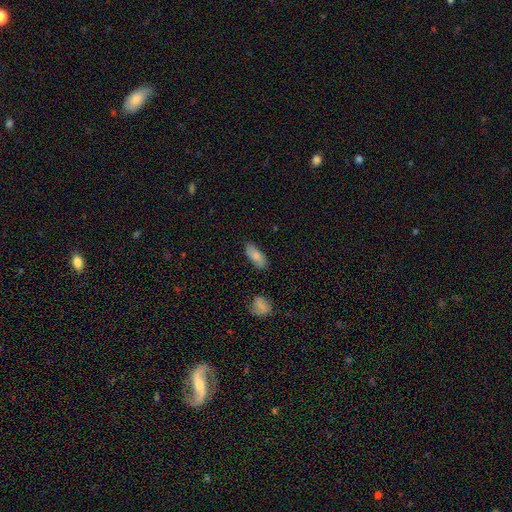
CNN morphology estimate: Smooth or featured: smooth — 78% (featured or disk — 16%)
How rounded: in between — 84% (cigar-shaped — 14%)
Merging: none — 83% (minor disturbance — 13%)